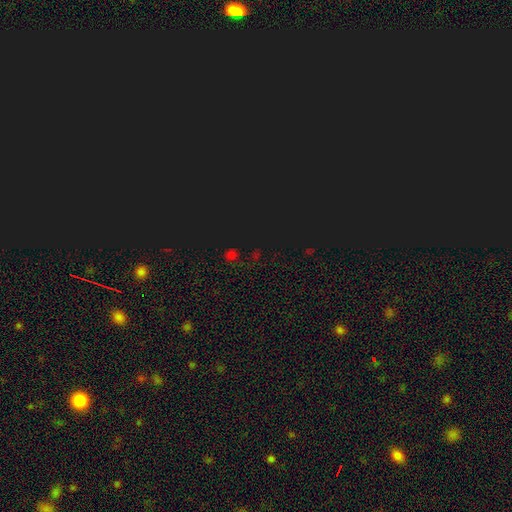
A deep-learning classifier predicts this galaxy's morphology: Smooth or featured? Predicted: star or artifact (p=0.70).